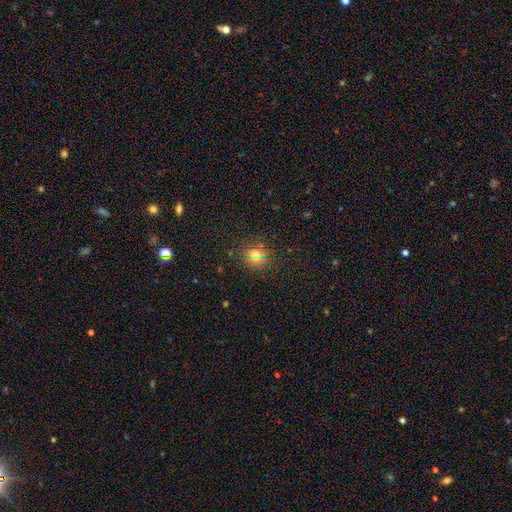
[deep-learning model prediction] smooth_or_featured: smooth (p=0.73) [alt: star or artifact p=0.19]
how_rounded: round (p=0.86) [alt: in between p=0.13]
merging: none (p=0.85) [alt: minor disturbance p=0.10]